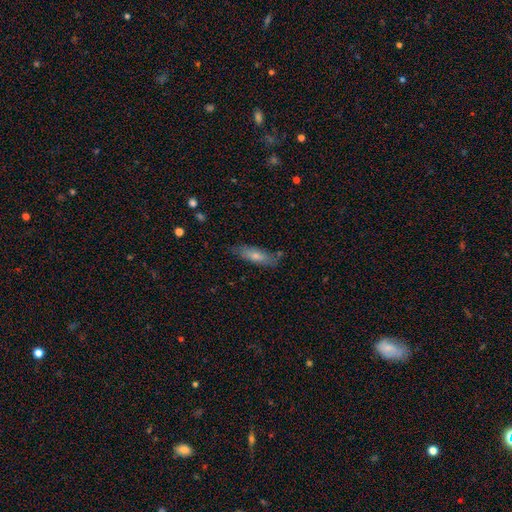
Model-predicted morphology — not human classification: The model was most divided on "how rounded": in between: 50%, cigar-shaped: 48%, round: 2%. More confident: merging — none (75%); smooth or featured — smooth (70%).